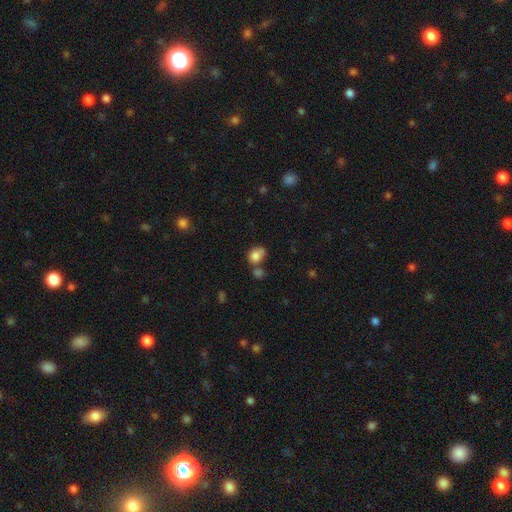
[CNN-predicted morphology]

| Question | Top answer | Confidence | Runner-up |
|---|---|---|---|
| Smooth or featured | smooth | 81% | star or artifact (10%) |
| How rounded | round | 52% | in between (47%) |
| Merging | none | 45% | merger (26%) |